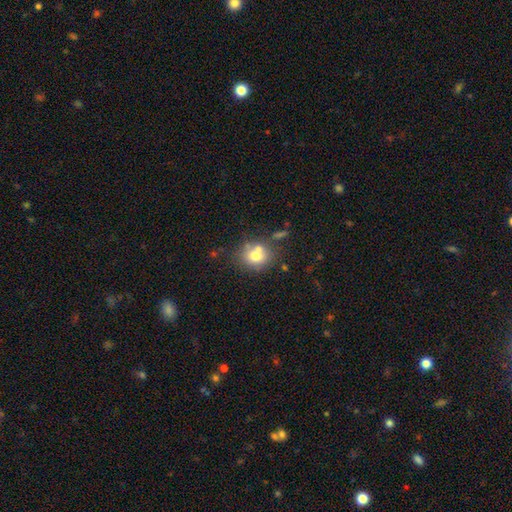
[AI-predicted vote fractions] Smooth or featured: smooth — 70% (featured or disk — 18%)
How rounded: round — 73% (in between — 26%)
Merging: none — 56% (merger — 27%)